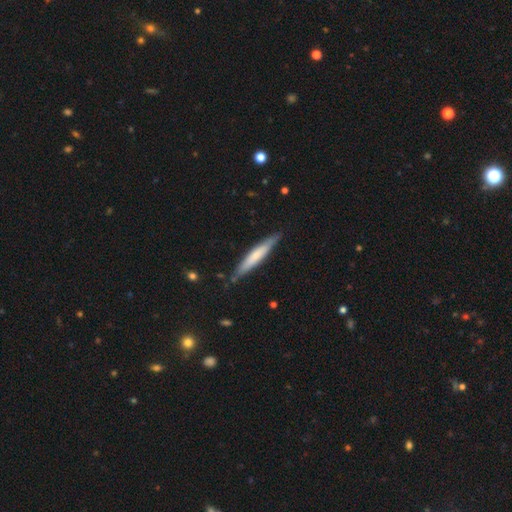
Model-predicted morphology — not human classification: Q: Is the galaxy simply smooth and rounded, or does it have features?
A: smooth — 58%.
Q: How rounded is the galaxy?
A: cigar-shaped — 93%.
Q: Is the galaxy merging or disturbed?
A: none — 85%.